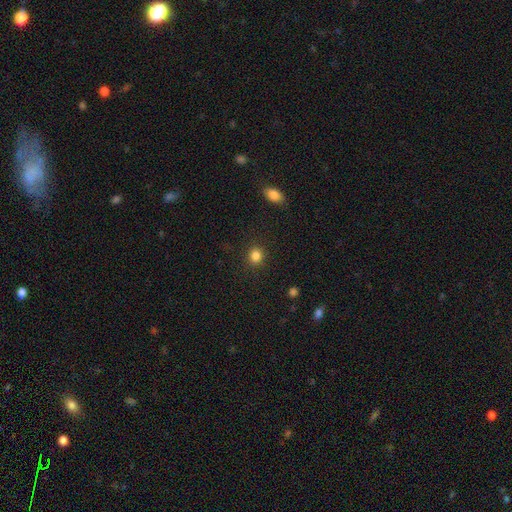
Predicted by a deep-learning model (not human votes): This is clearly a smooth galaxy (84%). How rounded: clearly round (81%). Merging: clearly none (90%).